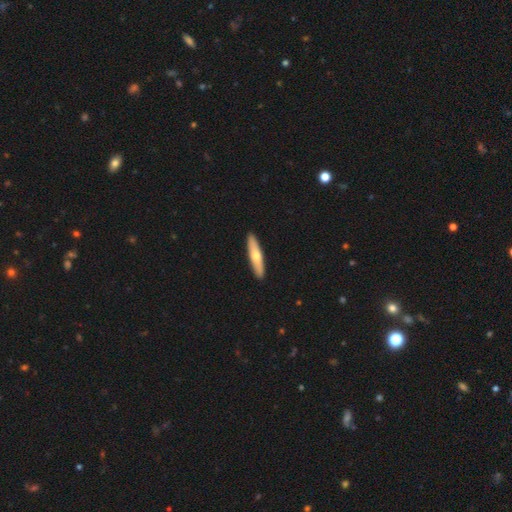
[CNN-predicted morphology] type=smooth (54%); roundness=cigar-shaped (82%); merging=none (92%).